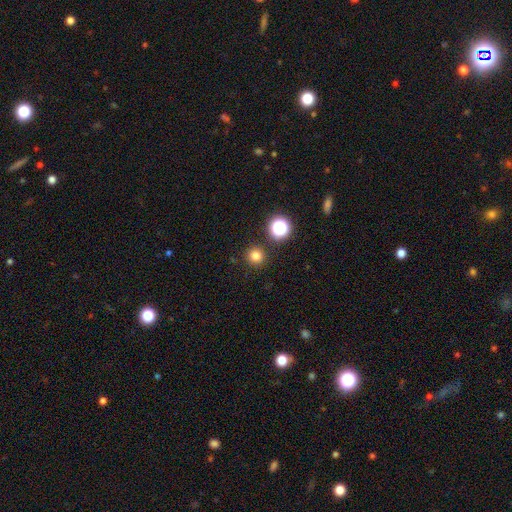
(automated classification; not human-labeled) A smooth galaxy with no disk features (78%) that is round (95%).

Vote fractions:
- Smooth or featured? smooth: 78% / star or artifact: 17% / featured or disk: 5%
- How rounded? round: 95% / in between: 4% / cigar-shaped: 1%
- Merging? none: 90% / minor disturbance: 5% / merger: 3% / major disturbance: 2%